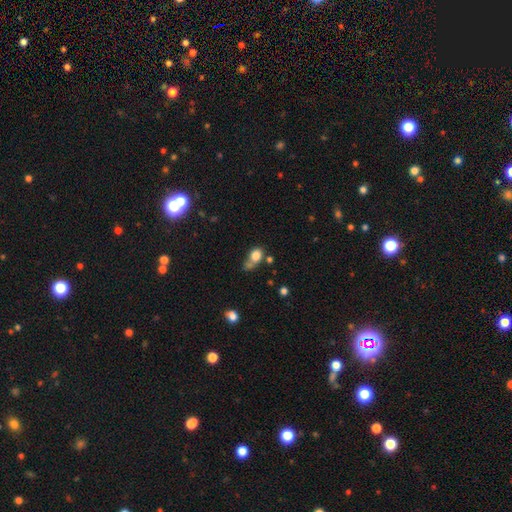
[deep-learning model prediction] Q: Smooth or featured?
A: smooth (79%); runner-up: star or artifact (11%)
Q: How rounded?
A: in between (57%); runner-up: round (41%)
Q: Merging?
A: none (36%); runner-up: merger (27%)